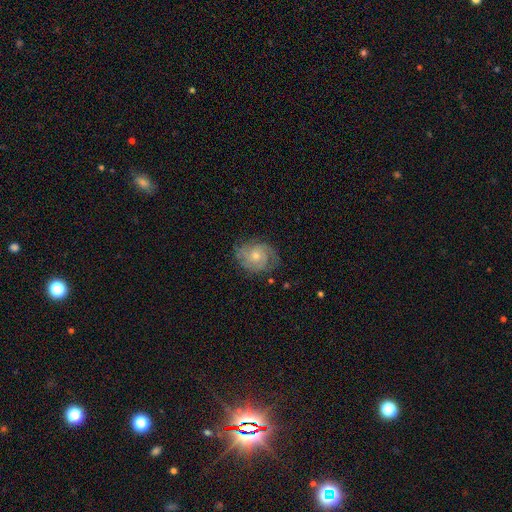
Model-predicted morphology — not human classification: type=featured or disk (77%); edge-on=no (98%); bar=no (74%); spiral arms=yes (94%); winding=tight (62%); arm count=2 (30%); bulge=moderate (48%); merging=none (77%).